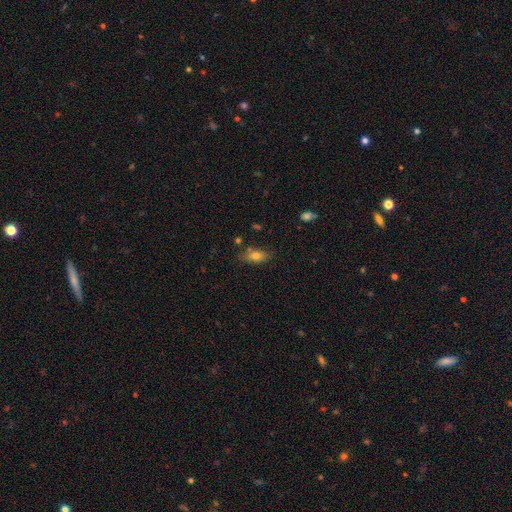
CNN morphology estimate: smooth_or_featured: smooth (p=0.73) [alt: featured or disk p=0.18]
how_rounded: in between (p=0.81) [alt: cigar-shaped p=0.14]
merging: none (p=0.76) [alt: minor disturbance p=0.16]